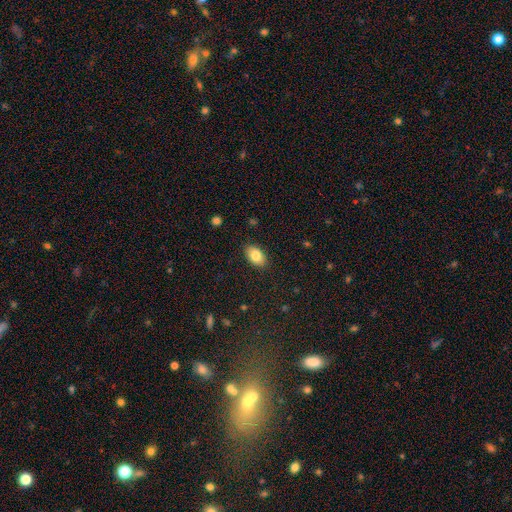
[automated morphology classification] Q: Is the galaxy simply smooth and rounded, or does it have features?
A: smooth — 85%.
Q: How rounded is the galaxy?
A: in between — 92%.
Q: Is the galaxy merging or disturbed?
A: none — 87%.